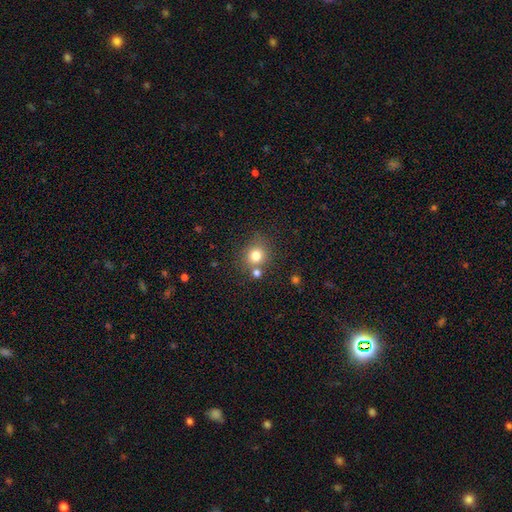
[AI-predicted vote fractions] smooth 78%, star or artifact 13%, featured or disk 9%. Down the decision tree: how rounded — round (84%); merging — none (69%).